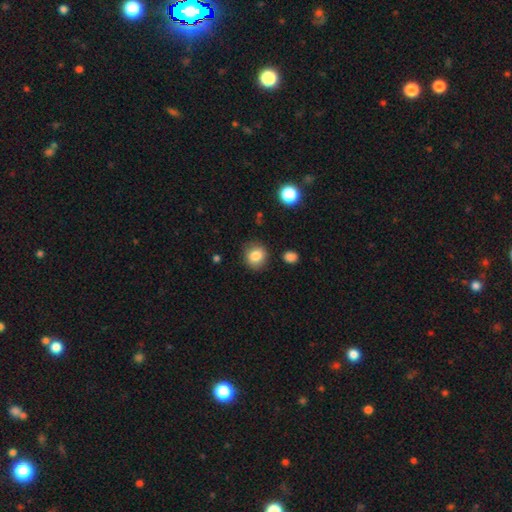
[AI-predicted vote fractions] Smooth or featured? smooth (84%)
How rounded? round (79%)
Merging? none (84%)